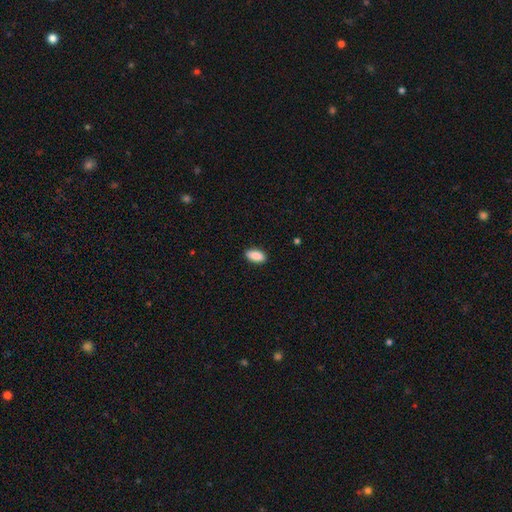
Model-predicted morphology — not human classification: smooth 89%, star or artifact 7%, featured or disk 4%. Down the decision tree: how rounded — in between (91%); merging — none (88%).